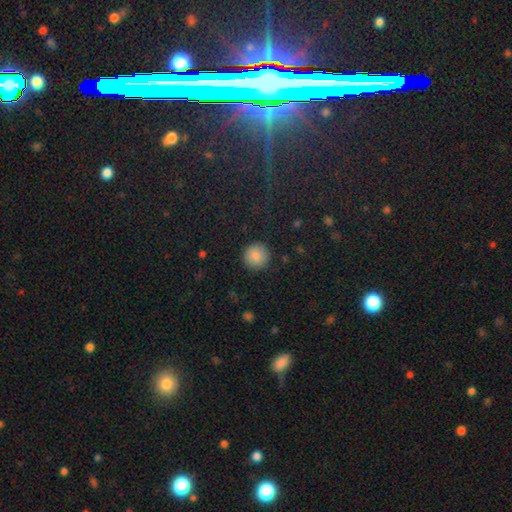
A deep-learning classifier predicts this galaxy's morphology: Smooth or featured? Predicted: smooth (p=0.86). How rounded? Predicted: round (p=0.94). Merging? Predicted: none (p=0.90).